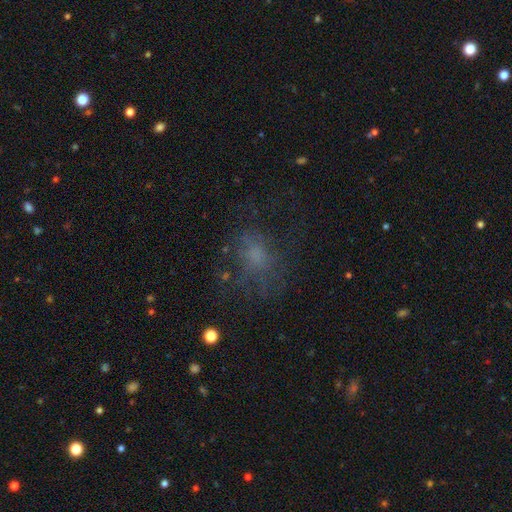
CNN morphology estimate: Smooth or featured? smooth (50%)
How rounded? in between (50%)
Merging? none (56%)